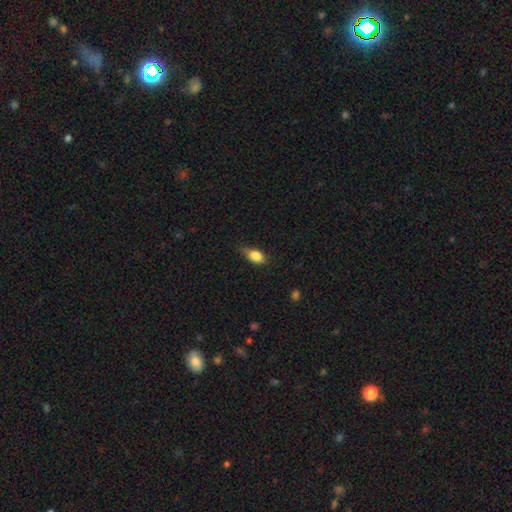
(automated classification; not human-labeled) Q: Smooth or featured?
A: smooth (83%); runner-up: featured or disk (9%)
Q: How rounded?
A: in between (79%); runner-up: round (16%)
Q: Merging?
A: none (55%); runner-up: minor disturbance (36%)